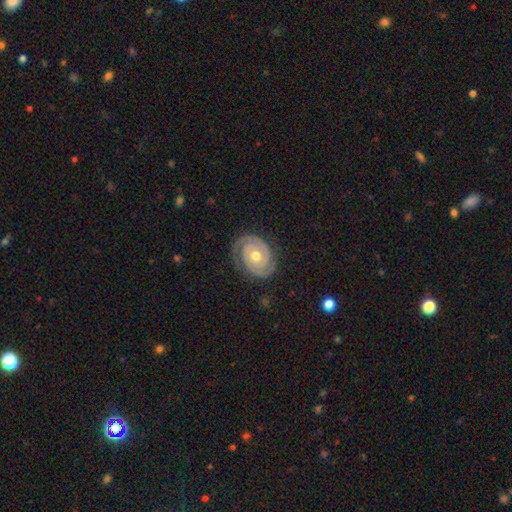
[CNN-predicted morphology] This is clearly a featured or disk galaxy (88%). It is clearly not viewed edge-on (98%). Bar: likely no (76%). Spiral arm pattern: clearly yes (97%). Spiral arm count: clearly 2 (86%). Spiral winding: likely tight (75%). Central bulge: likely moderate (75%). Merging: clearly none (82%).